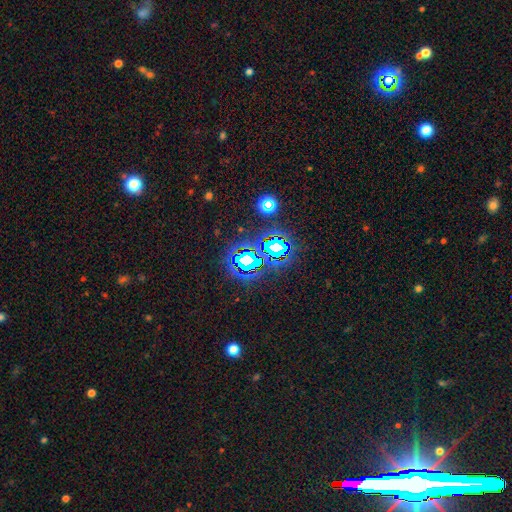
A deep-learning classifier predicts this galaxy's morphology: Smooth or featured: star or artifact — 77% (smooth — 15%)